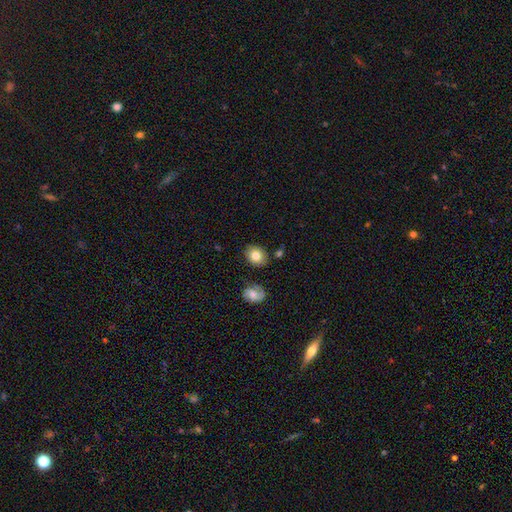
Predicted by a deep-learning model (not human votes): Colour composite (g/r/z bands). It shows a smooth galaxy with no disk features (81%) that is round (59%). Merging: none (82%).